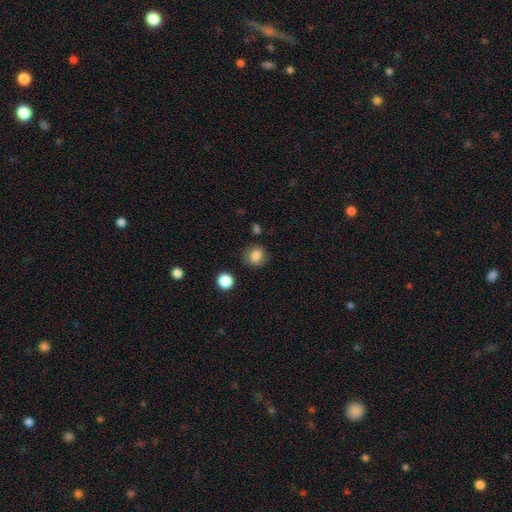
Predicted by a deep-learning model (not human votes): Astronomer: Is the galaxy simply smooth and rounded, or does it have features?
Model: smooth — 82%.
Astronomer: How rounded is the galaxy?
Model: round — 86%.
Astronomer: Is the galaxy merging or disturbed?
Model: none — 83%.